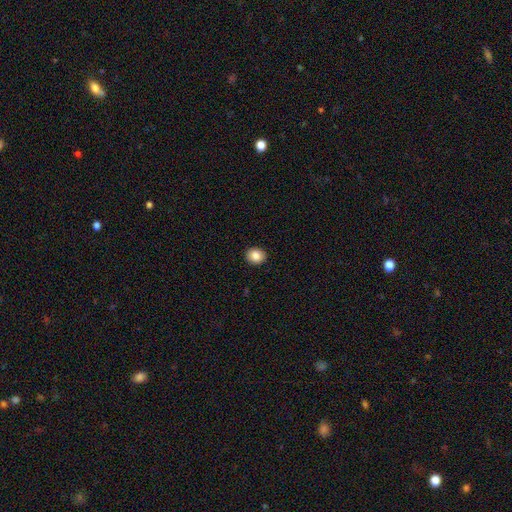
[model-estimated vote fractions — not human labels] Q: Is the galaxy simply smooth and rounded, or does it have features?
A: smooth — 86%.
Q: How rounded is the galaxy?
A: round — 67%.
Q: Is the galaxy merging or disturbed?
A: none — 92%.